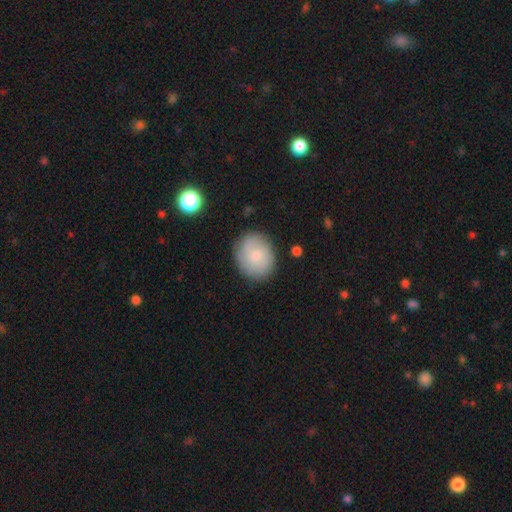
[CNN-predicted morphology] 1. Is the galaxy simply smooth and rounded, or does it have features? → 66% smooth, 27% featured or disk, 7% star or artifact.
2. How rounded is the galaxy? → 60% round, 39% in between, 1% cigar-shaped.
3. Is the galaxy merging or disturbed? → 81% none, 13% minor disturbance, 3% major disturbance, 2% merger.